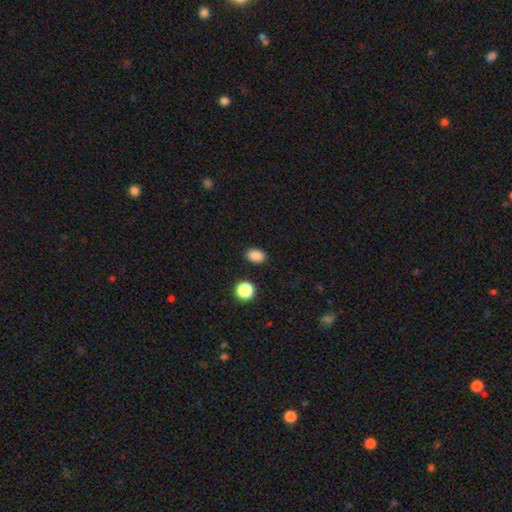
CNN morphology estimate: This appears to be a smooth galaxy with no disk features (86%) that is in between round and cigar-shaped (78%). Merging: none (87%).